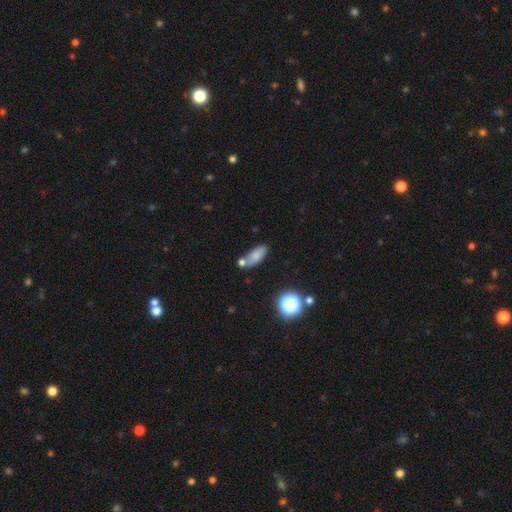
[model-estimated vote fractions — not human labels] Smooth or featured? Predicted: smooth (p=0.76). How rounded? Predicted: in between (p=0.73). Merging? Predicted: none (p=0.58).